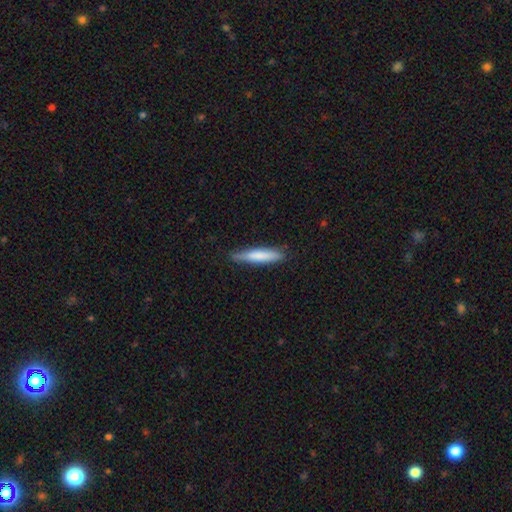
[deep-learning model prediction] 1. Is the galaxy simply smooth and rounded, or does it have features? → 73% smooth, 21% featured or disk, 5% star or artifact.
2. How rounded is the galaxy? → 88% cigar-shaped, 11% in between, 1% round.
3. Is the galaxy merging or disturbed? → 83% none, 14% minor disturbance, 2% major disturbance, 1% merger.